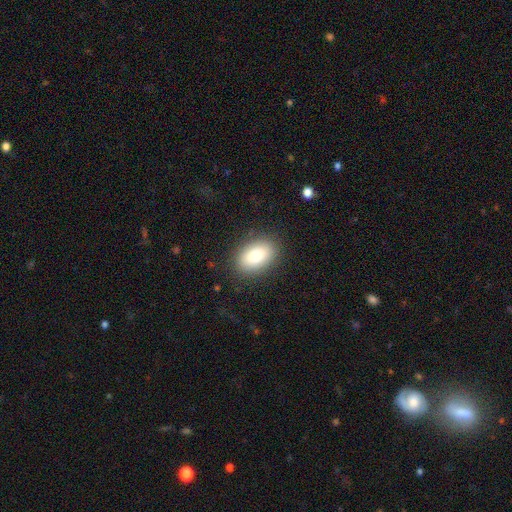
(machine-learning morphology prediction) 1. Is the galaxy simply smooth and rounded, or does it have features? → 85% smooth, 8% featured or disk, 7% star or artifact.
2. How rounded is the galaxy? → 89% in between, 9% round, 1% cigar-shaped.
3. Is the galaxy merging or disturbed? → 86% none, 9% minor disturbance, 3% major disturbance, 1% merger.